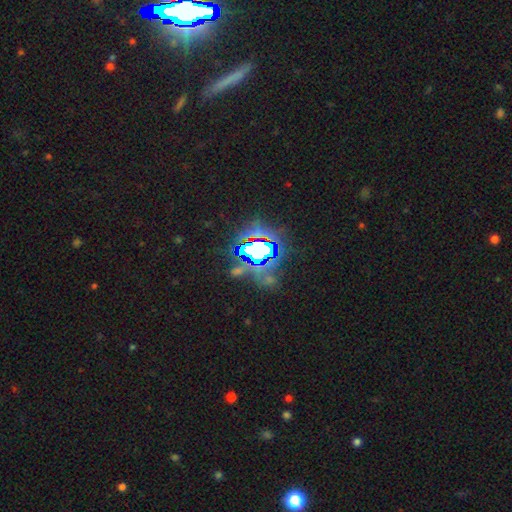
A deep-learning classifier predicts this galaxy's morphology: Overall: star or artifact (81%).